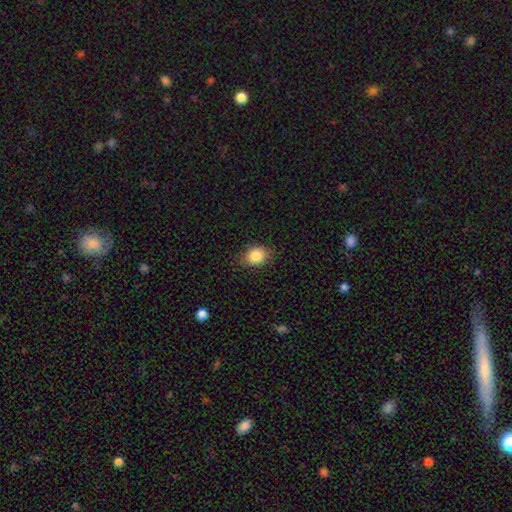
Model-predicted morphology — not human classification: Q: Smooth or featured?
A: smooth (85%); runner-up: star or artifact (9%)
Q: How rounded?
A: in between (55%); runner-up: round (44%)
Q: Merging?
A: none (83%); runner-up: minor disturbance (13%)